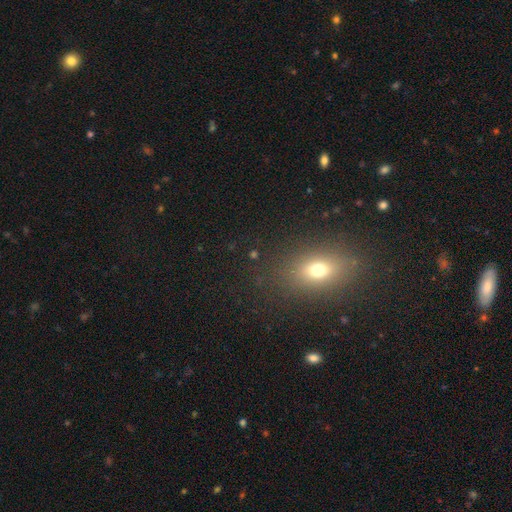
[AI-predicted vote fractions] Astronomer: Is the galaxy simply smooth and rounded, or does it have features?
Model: smooth — 62%.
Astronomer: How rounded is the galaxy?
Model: in between — 67%.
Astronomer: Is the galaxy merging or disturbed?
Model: none — 86%.